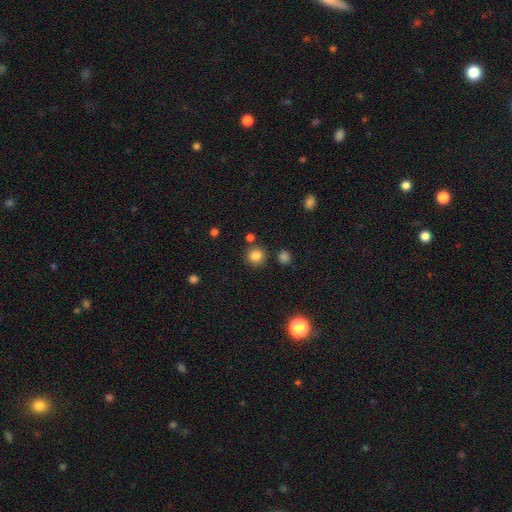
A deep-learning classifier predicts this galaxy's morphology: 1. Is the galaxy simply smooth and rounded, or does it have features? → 83% smooth, 12% star or artifact, 5% featured or disk.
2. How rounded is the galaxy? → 92% round, 7% in between, 1% cigar-shaped.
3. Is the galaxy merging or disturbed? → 84% none, 7% minor disturbance, 6% merger, 3% major disturbance.